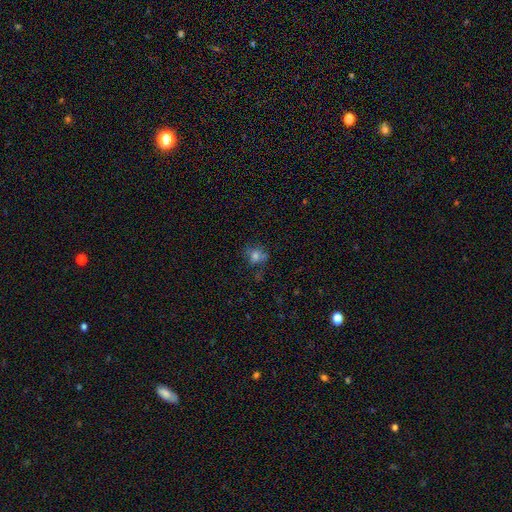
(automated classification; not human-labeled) This appears to be a smooth galaxy with no disk features (69%) that is round (69%). Merging: none (62%).